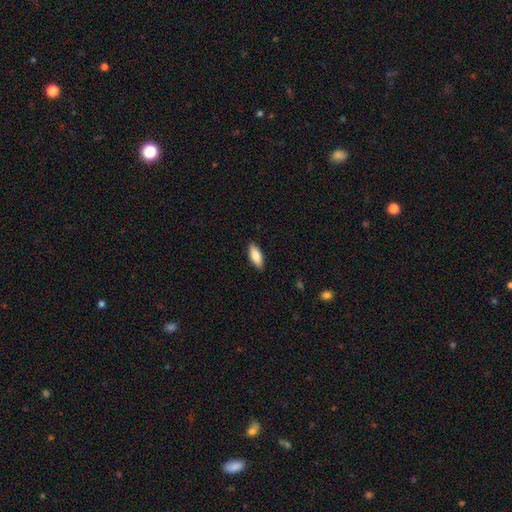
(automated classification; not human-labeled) This is clearly a smooth galaxy (85%). How rounded: likely in between (75%). Merging: clearly none (88%).